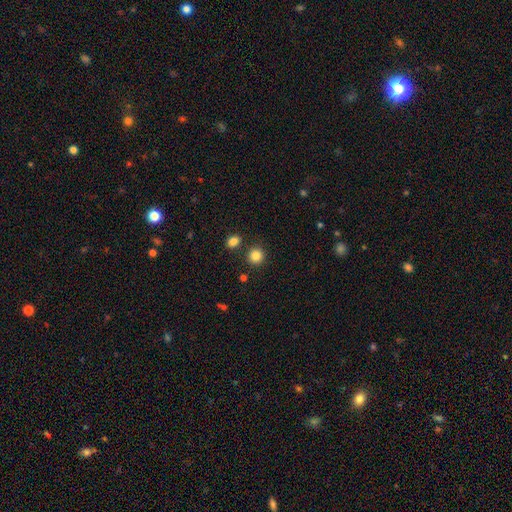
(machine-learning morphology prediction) smooth-or-featured: smooth: 85% | star or artifact: 11% | featured or disk: 4%
  how-rounded: round: 90% | in between: 9% | cigar-shaped: 1%
  merging: none: 85% | minor disturbance: 7% | merger: 6% | major disturbance: 2%